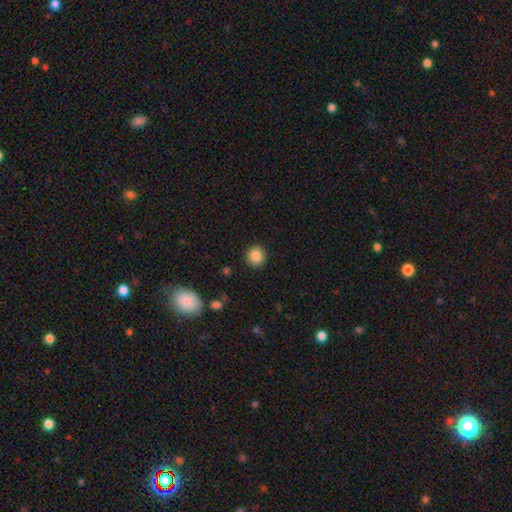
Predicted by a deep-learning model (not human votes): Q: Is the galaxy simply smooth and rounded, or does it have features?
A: smooth — 86%.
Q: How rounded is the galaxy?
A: round — 88%.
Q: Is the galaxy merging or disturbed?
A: none — 91%.